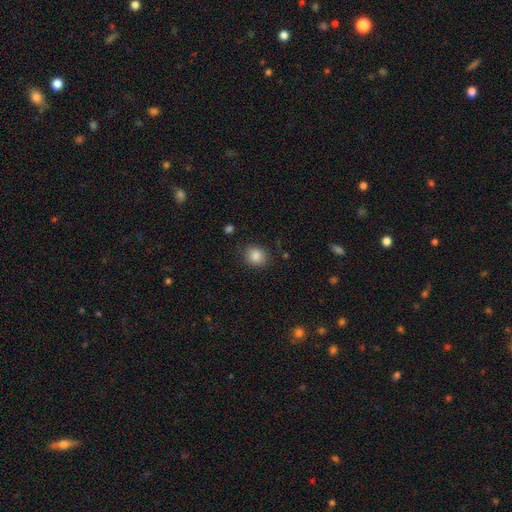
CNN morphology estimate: Smooth or featured: smooth — 86% (star or artifact — 9%)
How rounded: round — 69% (in between — 30%)
Merging: none — 85% (minor disturbance — 10%)